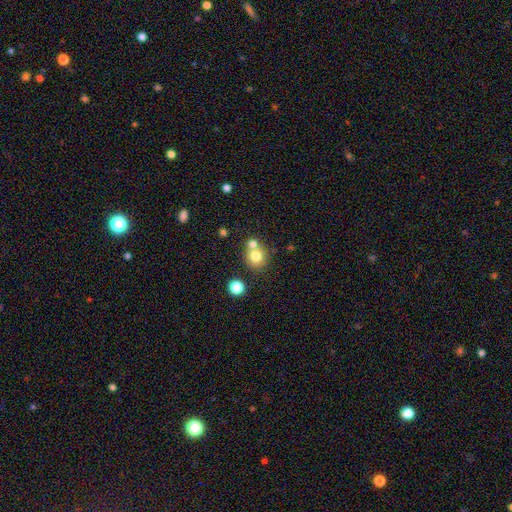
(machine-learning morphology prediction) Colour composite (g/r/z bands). It shows a smooth galaxy with no disk features (76%) that is round (85%). Merging: none (57%).